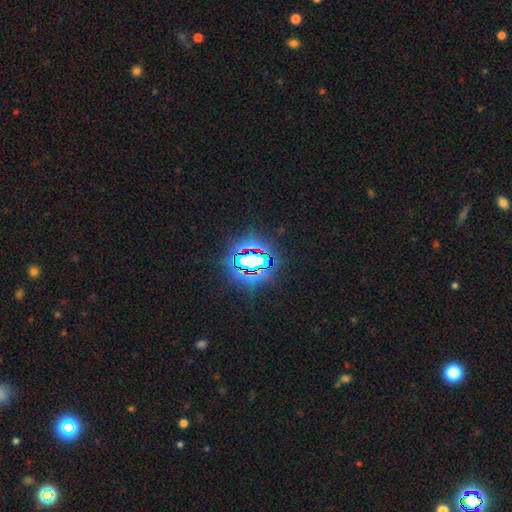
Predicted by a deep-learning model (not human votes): The model was most divided on "smooth or featured": star or artifact: 72%, smooth: 17%, featured or disk: 11%.